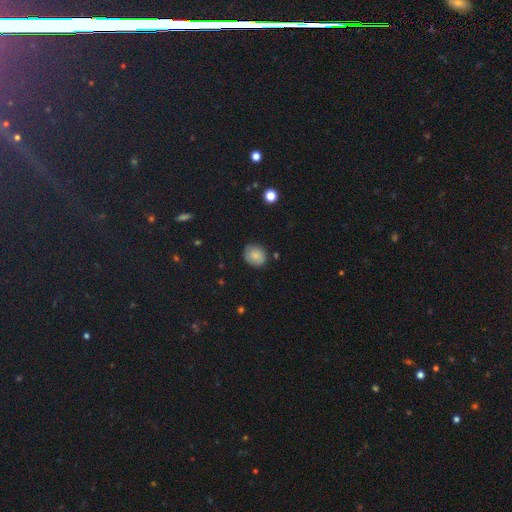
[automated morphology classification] type=smooth (81%); roundness=round (77%); merging=none (81%).